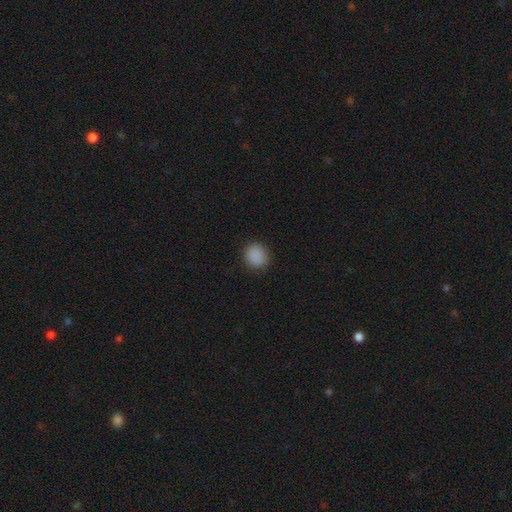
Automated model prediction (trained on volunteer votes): Smooth or featured? smooth (88%)
How rounded? round (82%)
Merging? none (89%)